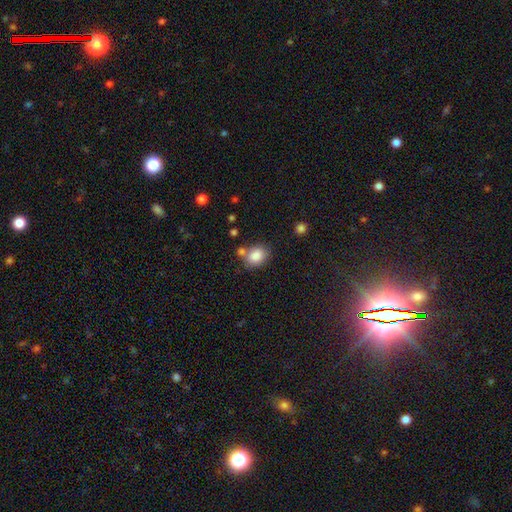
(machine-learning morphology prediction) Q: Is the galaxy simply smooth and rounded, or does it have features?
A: smooth — 85%.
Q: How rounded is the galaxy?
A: in between — 60%.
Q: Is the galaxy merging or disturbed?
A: none — 63%.